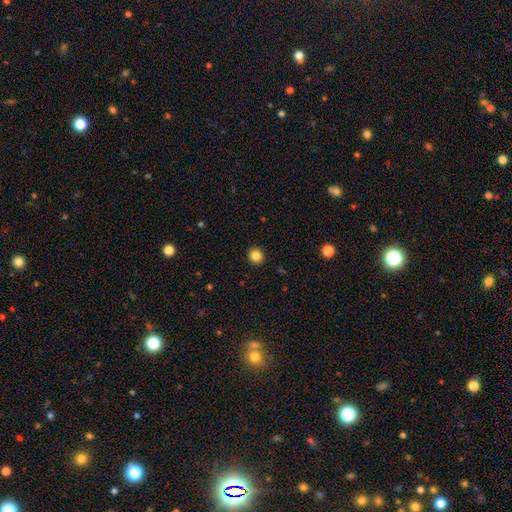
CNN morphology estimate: This appears to be a smooth galaxy with no disk features (84%) that is round (88%). Merging: none (92%).